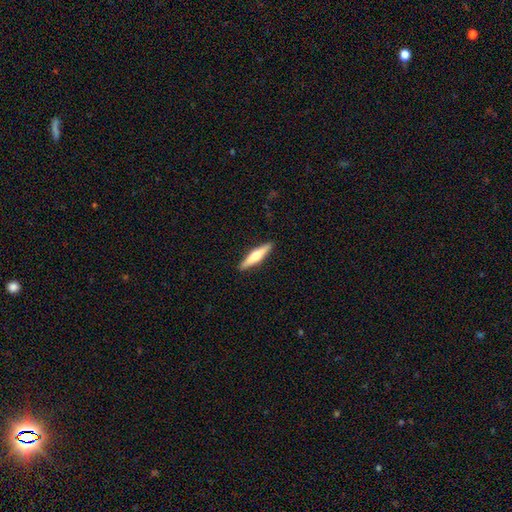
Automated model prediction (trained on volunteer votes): The model was most divided on "smooth or featured": featured or disk: 51%, smooth: 44%, star or artifact: 5%. More confident: edge-on disk — yes (96%); merging — none (91%).